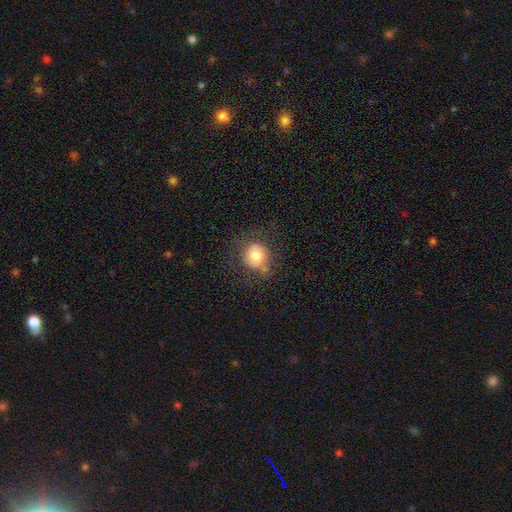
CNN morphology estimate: The model was most divided on "merging": none: 69%, minor disturbance: 19%, major disturbance: 9%, merger: 3%. More confident: how rounded — round (86%); smooth or featured — smooth (76%).